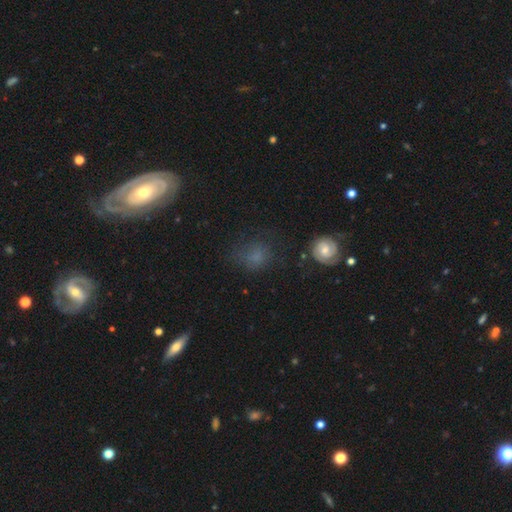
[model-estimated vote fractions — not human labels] Morphology: type=smooth (59%); roundness=round (73%); merging=none (62%).